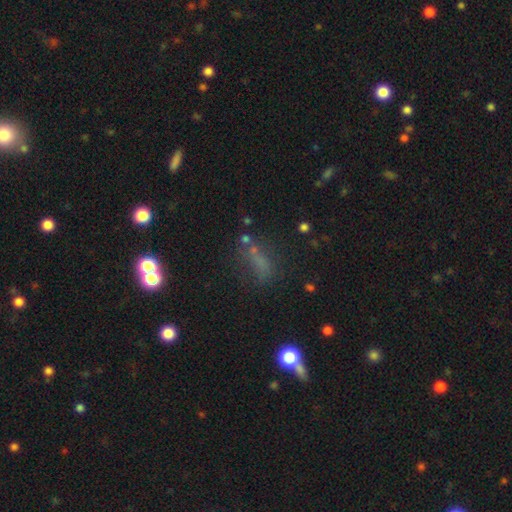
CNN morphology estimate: This is possibly a smooth galaxy (53%). How rounded: possibly in between (51%). Merging: possibly none (53%).